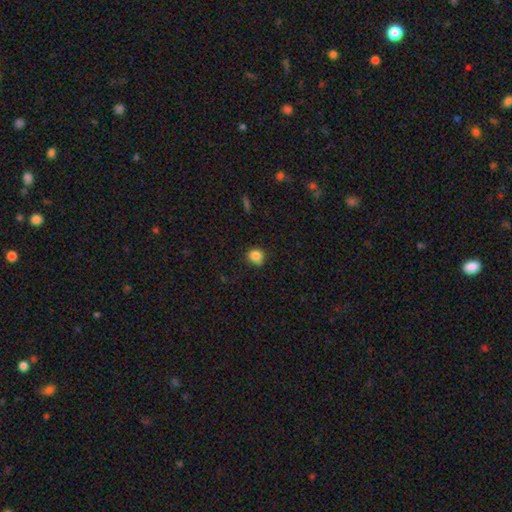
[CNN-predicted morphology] This appears to be a smooth galaxy with no disk features (84%) that is round (82%). Merging: none (75%).